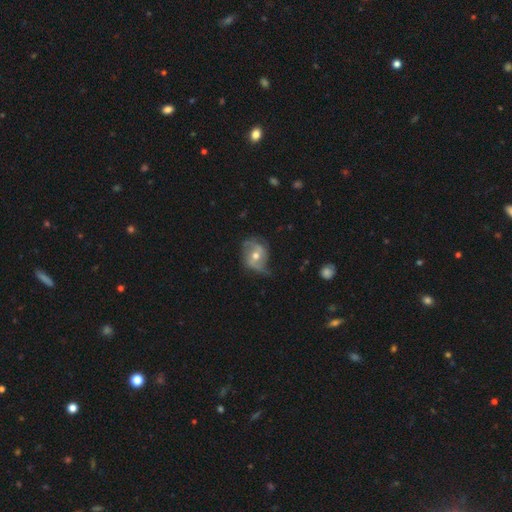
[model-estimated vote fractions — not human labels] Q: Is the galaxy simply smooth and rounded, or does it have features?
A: featured or disk — 67%.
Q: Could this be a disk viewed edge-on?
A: no — 95%.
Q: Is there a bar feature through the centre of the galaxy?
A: no — 49%.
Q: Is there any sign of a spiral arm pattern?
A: yes — 80%.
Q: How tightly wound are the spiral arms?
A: loose — 55%.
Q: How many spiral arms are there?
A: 2 — 77%.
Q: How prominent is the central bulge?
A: moderate — 68%.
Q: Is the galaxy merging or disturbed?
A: none — 51%.